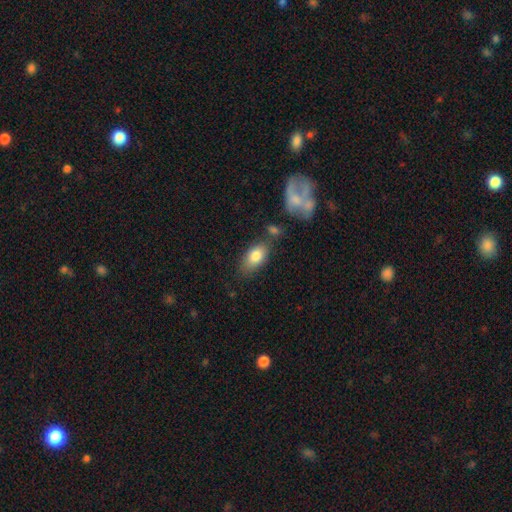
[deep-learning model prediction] Smooth or featured? smooth (81%)
How rounded? in between (90%)
Merging? none (69%)